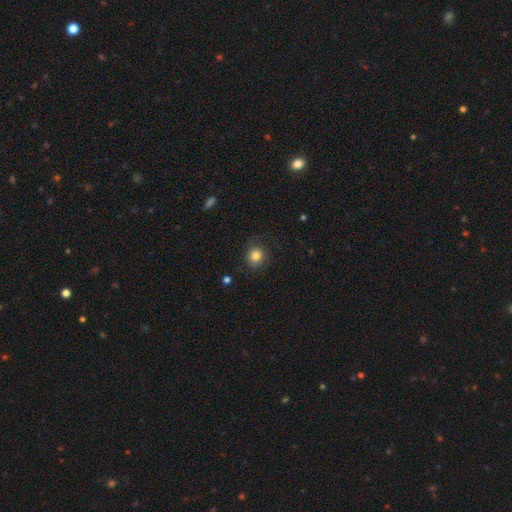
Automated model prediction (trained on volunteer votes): smooth-or-featured: smooth: 80% | star or artifact: 10% | featured or disk: 10%
  how-rounded: round: 85% | in between: 15% | cigar-shaped: 1%
  merging: none: 78% | minor disturbance: 14% | major disturbance: 7% | merger: 1%